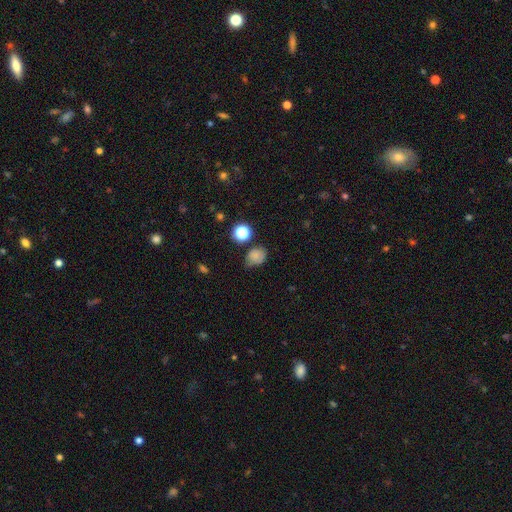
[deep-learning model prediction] Morphology: type=smooth (76%); roundness=round (58%); merging=none (54%).